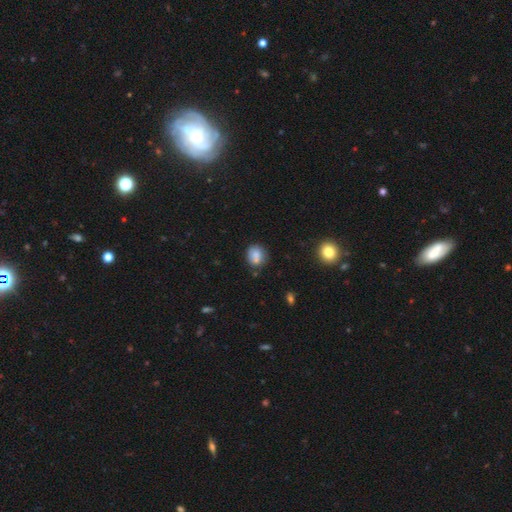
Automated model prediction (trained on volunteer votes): A smooth galaxy with no disk features (79%) that is round (64%). Merging: none (64%).